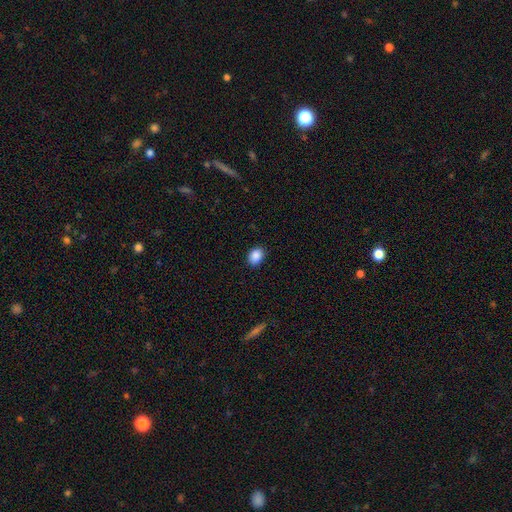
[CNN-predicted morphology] Smooth or featured: smooth — 89% (star or artifact — 8%)
How rounded: in between — 69% (round — 30%)
Merging: none — 88% (minor disturbance — 9%)